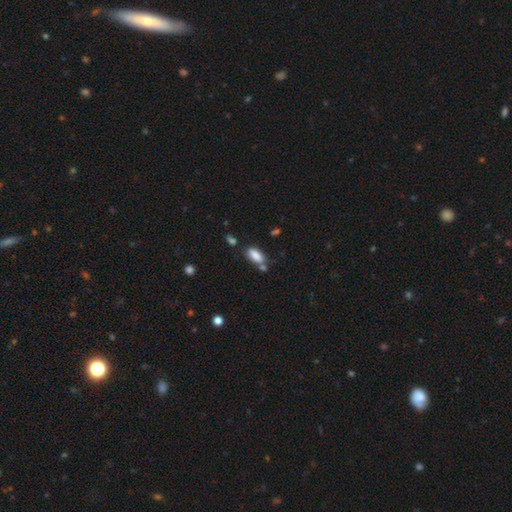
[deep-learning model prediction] A smooth galaxy with no disk features (85%) that is in between round and cigar-shaped (82%). Merging: none (61%).